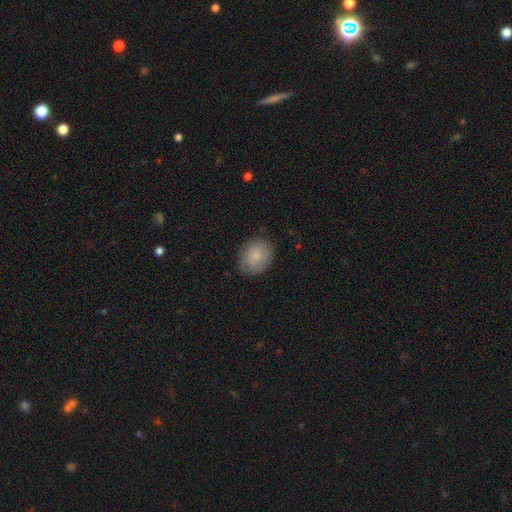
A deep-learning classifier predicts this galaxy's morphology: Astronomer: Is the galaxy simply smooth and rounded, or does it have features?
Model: smooth — 84%.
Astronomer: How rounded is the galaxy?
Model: in between — 50% (runner-up: round, 49%).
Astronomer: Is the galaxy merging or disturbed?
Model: none — 82%.